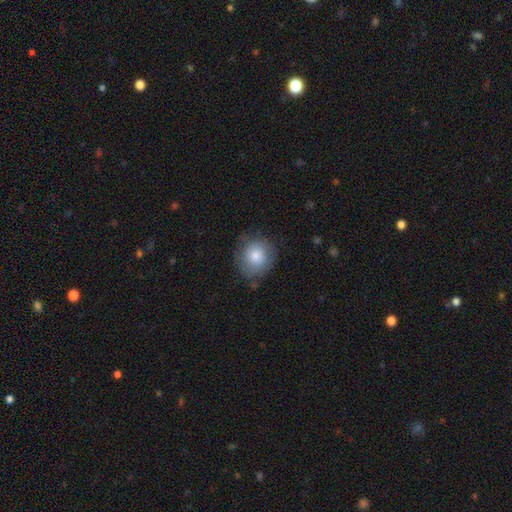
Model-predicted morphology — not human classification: Overall: smooth (74%). How rounded: round (85%). Merging: none (76%).